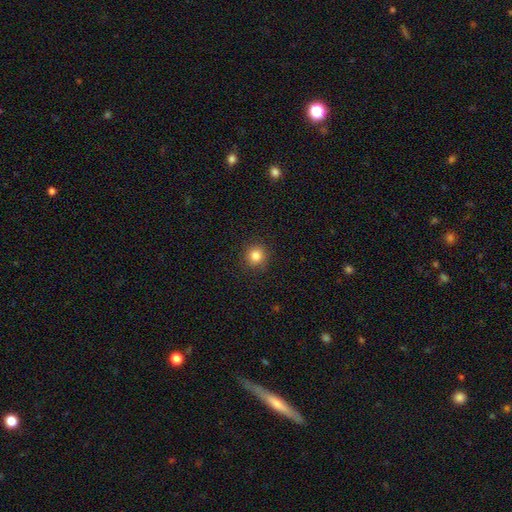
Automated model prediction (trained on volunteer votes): Smooth or featured? smooth (83%)
How rounded? round (94%)
Merging? none (91%)